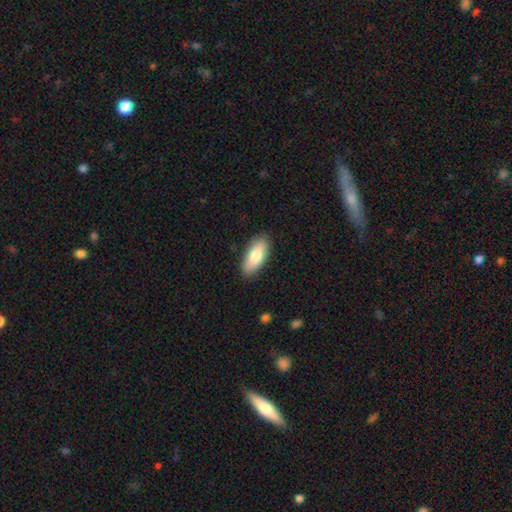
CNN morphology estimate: This appears to be a smooth galaxy with no disk features (81%) that is in between round and cigar-shaped (86%). Merging: none (87%).